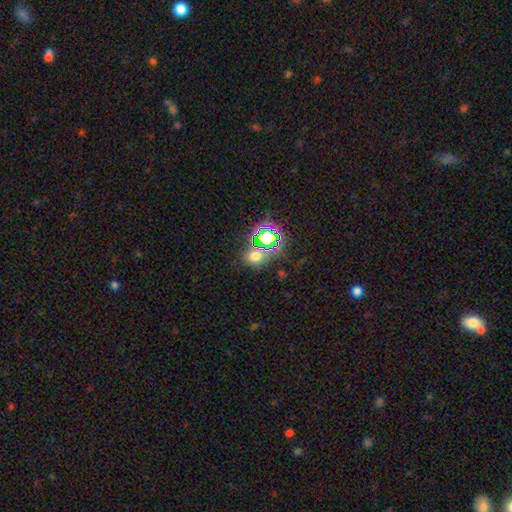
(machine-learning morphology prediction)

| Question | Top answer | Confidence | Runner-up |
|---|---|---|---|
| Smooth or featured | smooth | 53% | star or artifact (40%) |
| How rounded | round | 62% | in between (37%) |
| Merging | none | 73% | merger (12%) |